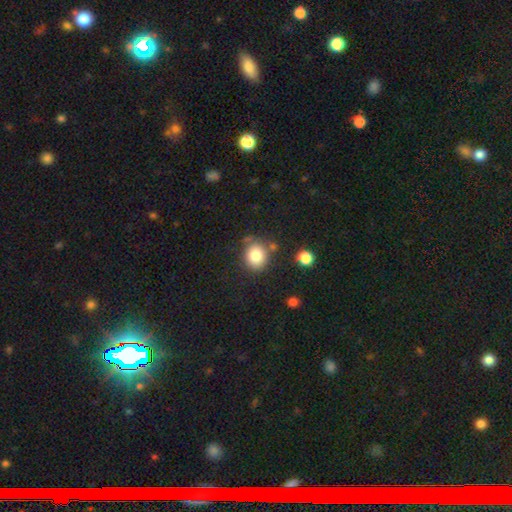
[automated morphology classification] Smooth or featured?
  - smooth: 82% *
  - star or artifact: 10%
  - featured or disk: 8%
How rounded?
  - round: 71% *
  - in between: 28%
  - cigar-shaped: 1%
Merging?
  - none: 72% *
  - minor disturbance: 15%
  - merger: 9%
  - major disturbance: 5%